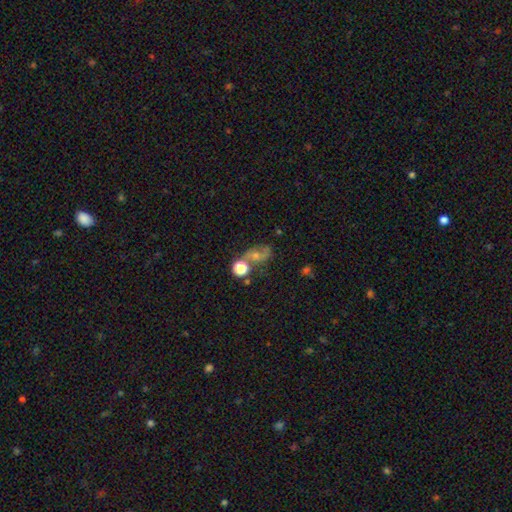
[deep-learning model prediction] Morphology: type=featured or disk (45%); merging=none (49%).